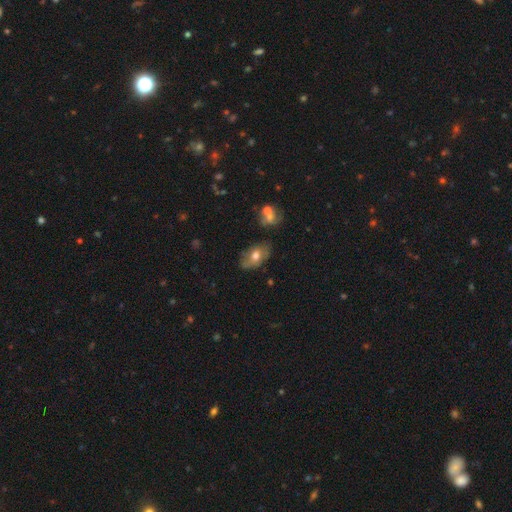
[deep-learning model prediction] Overall: smooth (55%; featured or disk 35%). How rounded: in between (86%). Merging: none (66%).